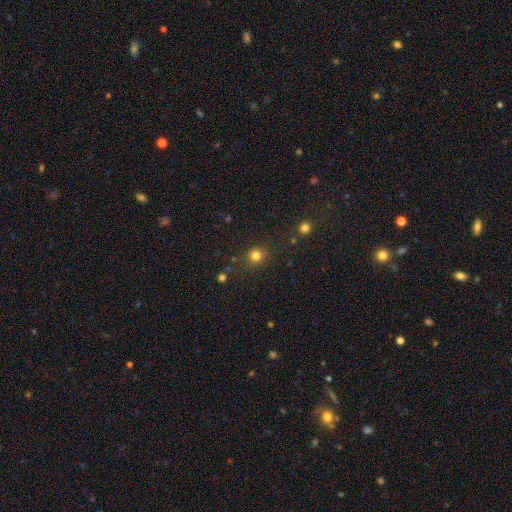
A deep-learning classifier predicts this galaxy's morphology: type=smooth (79%); roundness=round (86%); merging=none (82%).